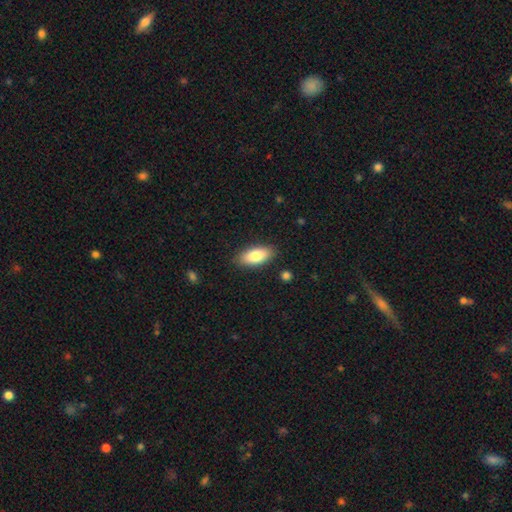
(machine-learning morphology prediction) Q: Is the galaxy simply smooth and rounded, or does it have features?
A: smooth — 82%.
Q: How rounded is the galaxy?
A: in between — 86%.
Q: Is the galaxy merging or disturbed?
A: none — 87%.